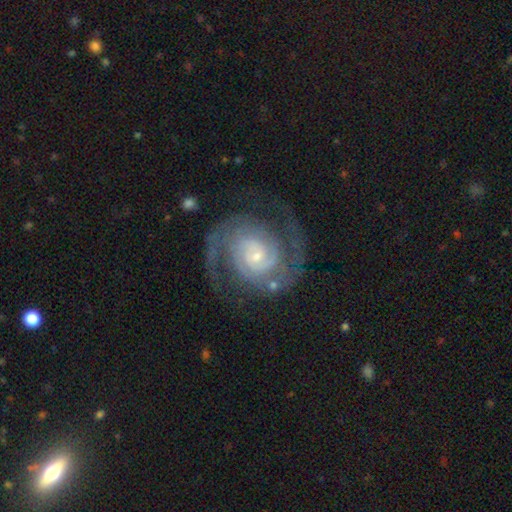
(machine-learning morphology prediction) The model was most divided on "spiral winding": tight: 58%, medium: 35%, loose: 7%. More confident: spiral arms — yes (98%); edge-on disk — no (98%); smooth or featured — featured or disk (91%); merging — none (75%); spiral arm count — 2 (75%); bulge size — small (73%); bar — no (59%).